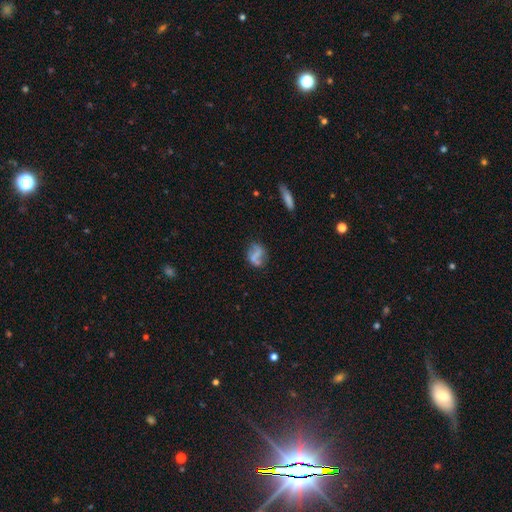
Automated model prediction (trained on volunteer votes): Overall: smooth (46%; featured or disk 43%). Merging: none (55%; minor disturbance 22%).